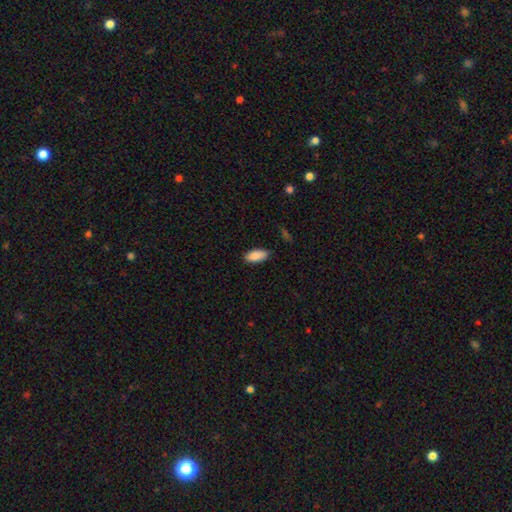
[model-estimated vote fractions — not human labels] smooth-or-featured: smooth: 90% | star or artifact: 6% | featured or disk: 4%
  how-rounded: in between: 90% | cigar-shaped: 8% | round: 2%
  merging: none: 83% | minor disturbance: 13% | major disturbance: 2% | merger: 1%